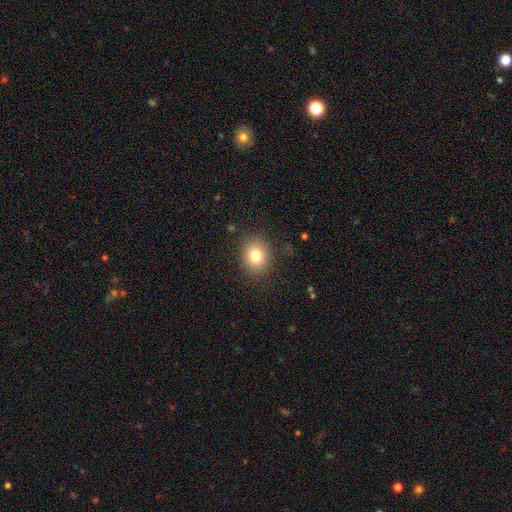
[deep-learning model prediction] A smooth galaxy with no disk features (80%) that is round (66%).

Vote fractions:
- Smooth or featured? smooth: 80% / star or artifact: 11% / featured or disk: 9%
- How rounded? round: 66% / in between: 33% / cigar-shaped: 1%
- Merging? none: 86% / minor disturbance: 9% / major disturbance: 3% / merger: 1%